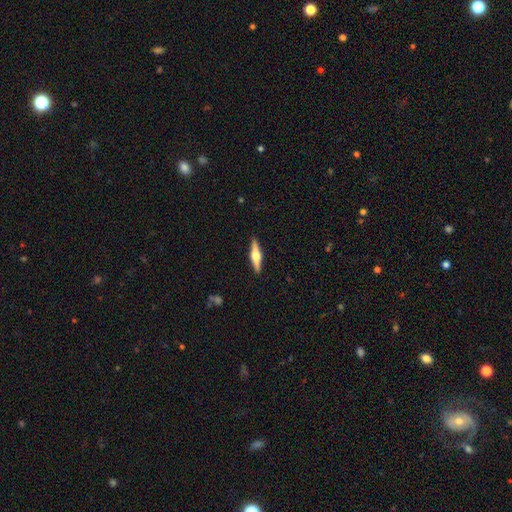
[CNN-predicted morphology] This appears to be a featured or disk galaxy (69%) viewed edge-on (97%) with a rounded central bulge (94%). Merging: none (90%).